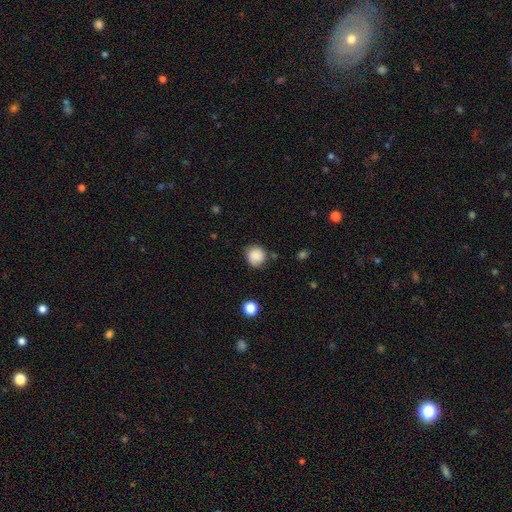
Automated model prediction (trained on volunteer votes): This is clearly a smooth galaxy (85%). How rounded: clearly round (89%). Merging: likely none (77%).